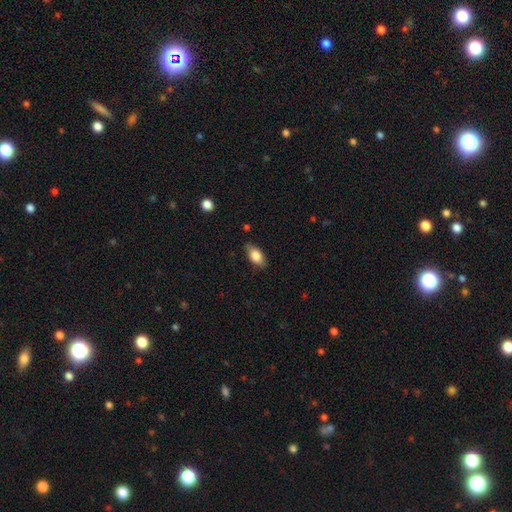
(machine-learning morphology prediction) Smooth or featured? smooth (79%)
How rounded? in between (89%)
Merging? none (82%)